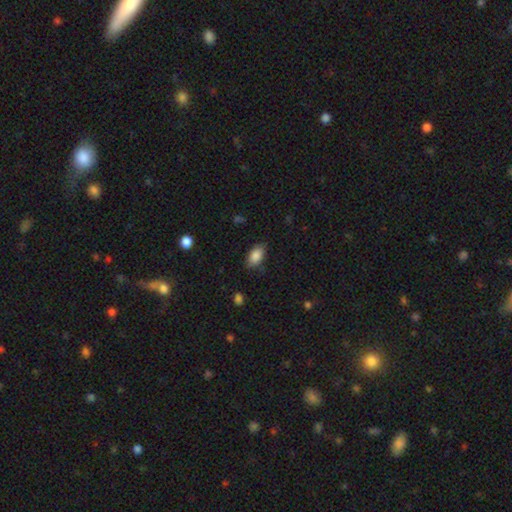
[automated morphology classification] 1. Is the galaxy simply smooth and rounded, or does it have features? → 87% smooth, 7% star or artifact, 5% featured or disk.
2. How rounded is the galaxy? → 92% in between, 5% round, 3% cigar-shaped.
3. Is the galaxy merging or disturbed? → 80% none, 15% minor disturbance, 3% major disturbance, 1% merger.